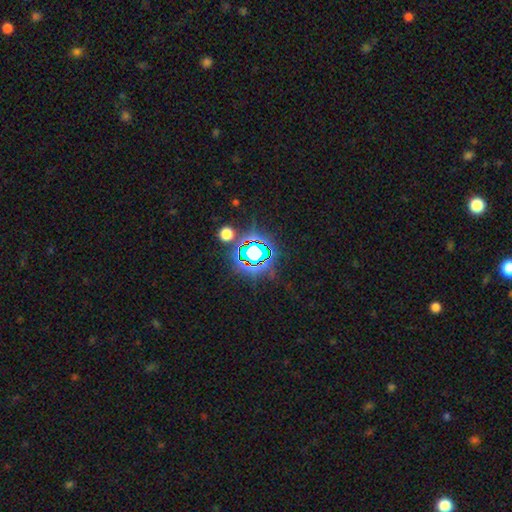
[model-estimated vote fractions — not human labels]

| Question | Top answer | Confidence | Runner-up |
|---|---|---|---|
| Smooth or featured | star or artifact | 79% | smooth (13%) |